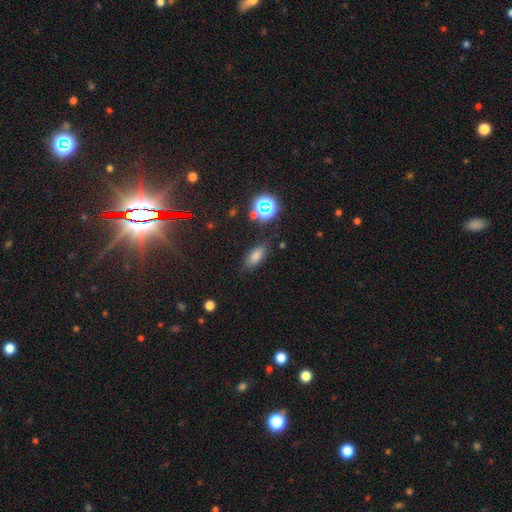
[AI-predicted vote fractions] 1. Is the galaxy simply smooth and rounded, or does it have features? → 72% smooth, 19% star or artifact, 9% featured or disk.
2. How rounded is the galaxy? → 79% in between, 14% cigar-shaped, 7% round.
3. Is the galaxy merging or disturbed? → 80% none, 13% minor disturbance, 4% major disturbance, 3% merger.